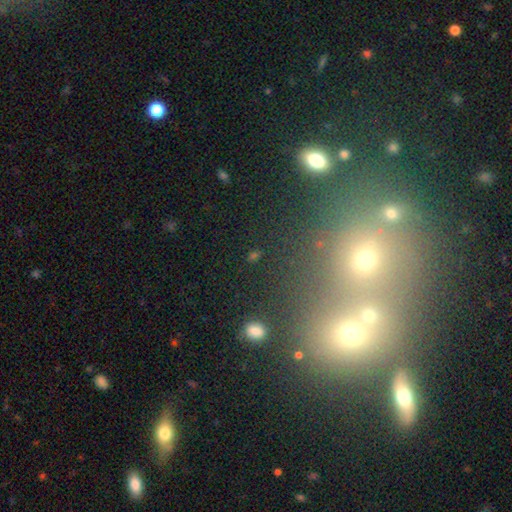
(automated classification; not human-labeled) Smooth or featured? smooth (52%)
How rounded? round (66%)
Merging? none (81%)